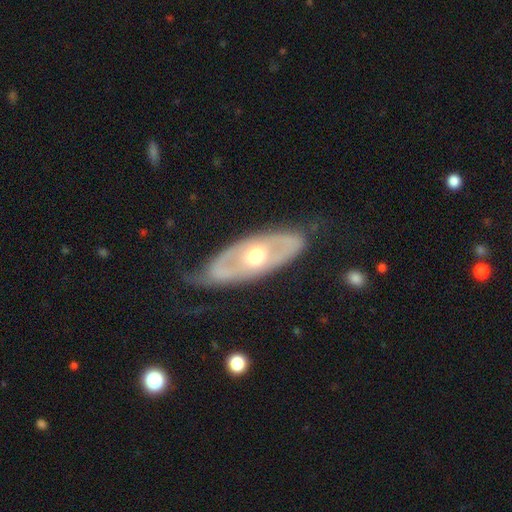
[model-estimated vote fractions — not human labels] This appears to be a featured or disk galaxy (70%) with no bar (81%), no spiral arms (62%) and a moderate central bulge (75%). Merging: none (65%).